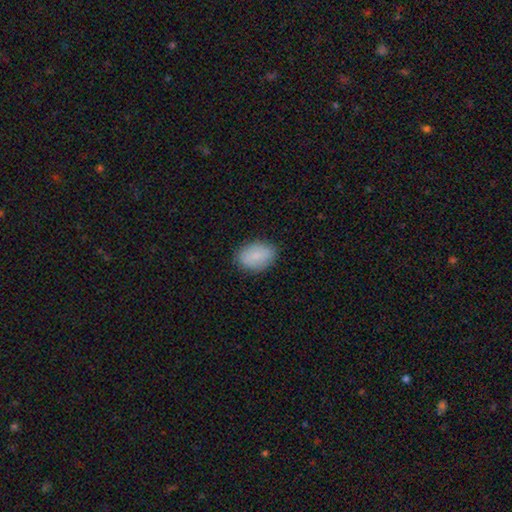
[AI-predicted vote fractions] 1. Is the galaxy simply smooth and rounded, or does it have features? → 85% smooth, 8% featured or disk, 7% star or artifact.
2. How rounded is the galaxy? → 85% in between, 13% round, 1% cigar-shaped.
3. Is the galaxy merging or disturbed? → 85% none, 12% minor disturbance, 3% major disturbance, 1% merger.